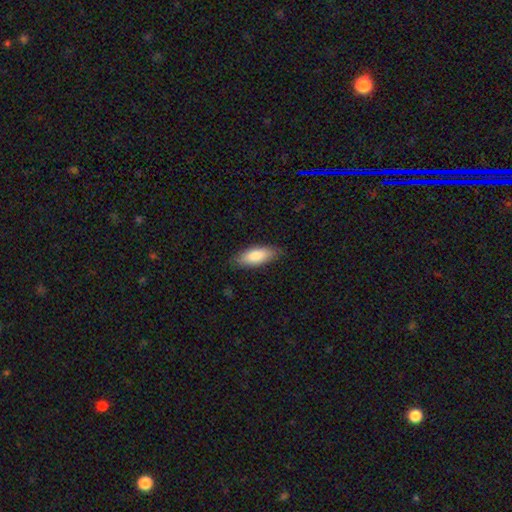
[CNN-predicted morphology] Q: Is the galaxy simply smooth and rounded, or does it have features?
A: smooth — 83%.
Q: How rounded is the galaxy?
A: in between — 75%.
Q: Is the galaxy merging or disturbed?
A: none — 83%.